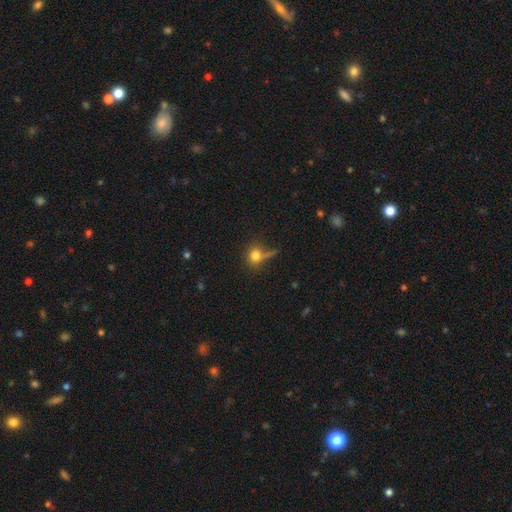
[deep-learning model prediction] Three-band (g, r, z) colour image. It shows a smooth galaxy with no disk features (76%) that is round (79%). Merging: none (50%).